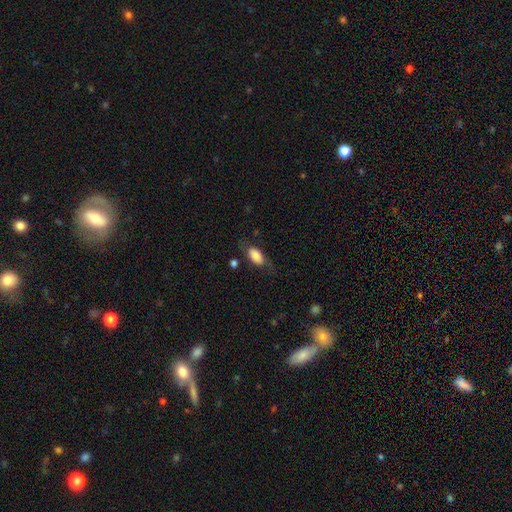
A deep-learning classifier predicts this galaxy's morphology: Smooth or featured: smooth — 78% (featured or disk — 16%)
How rounded: in between — 88% (cigar-shaped — 8%)
Merging: none — 65% (minor disturbance — 21%)